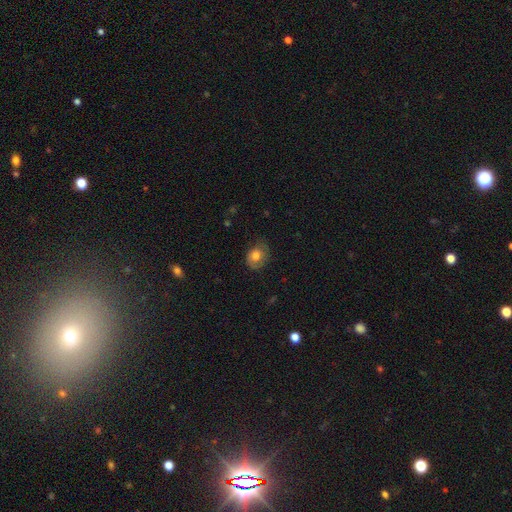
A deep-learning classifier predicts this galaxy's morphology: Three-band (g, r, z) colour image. It shows a smooth galaxy with no disk features (66%) that is round (51%). Merging: none (61%).